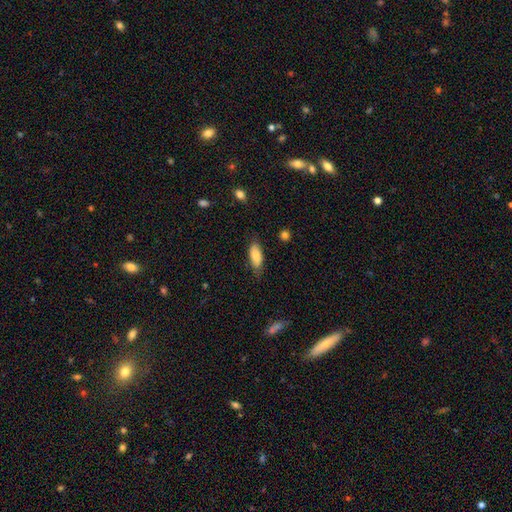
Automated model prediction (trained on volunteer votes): The model was most divided on "how rounded": in between: 76%, cigar-shaped: 22%, round: 2%. More confident: smooth or featured — smooth (84%); merging — none (76%).